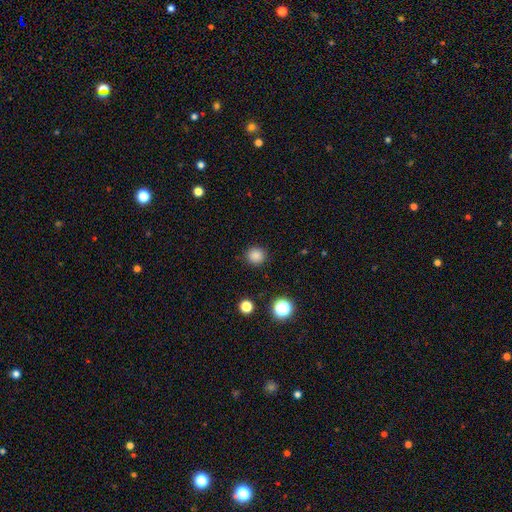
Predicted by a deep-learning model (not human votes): A smooth galaxy with no disk features (85%) that is round (92%). Merging: none (90%).